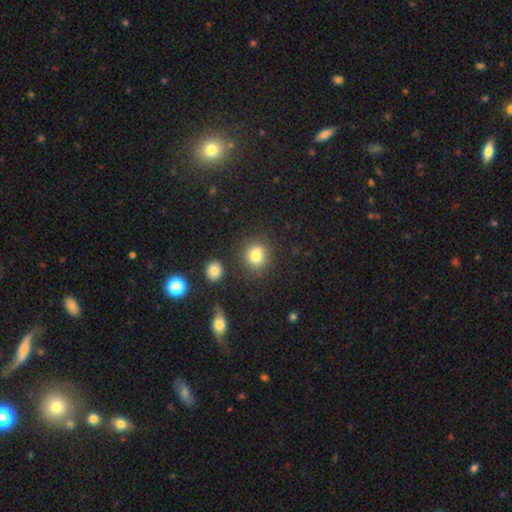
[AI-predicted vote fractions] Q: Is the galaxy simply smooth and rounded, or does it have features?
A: smooth — 81%.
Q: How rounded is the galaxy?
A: round — 82%.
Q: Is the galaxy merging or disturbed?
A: none — 79%.